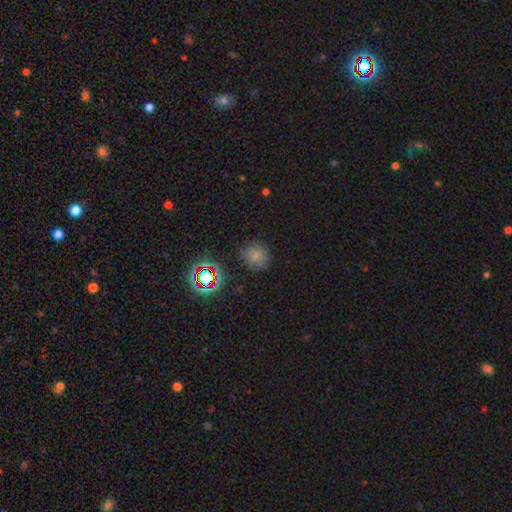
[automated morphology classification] A smooth galaxy with no disk features (68%) that is round (81%). Merging: none (78%).